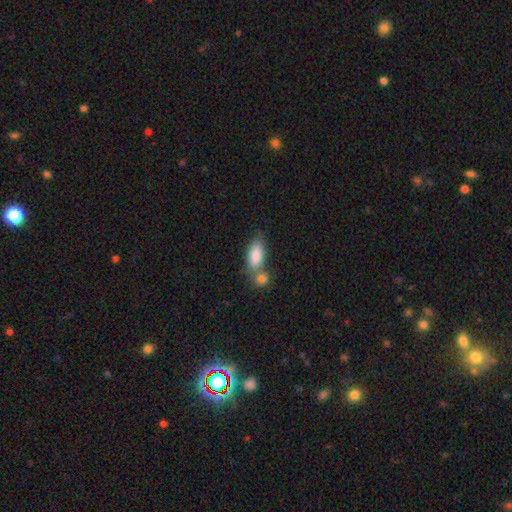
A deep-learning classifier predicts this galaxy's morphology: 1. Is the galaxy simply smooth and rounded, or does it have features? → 85% smooth, 8% featured or disk, 6% star or artifact.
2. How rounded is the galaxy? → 87% in between, 9% cigar-shaped, 4% round.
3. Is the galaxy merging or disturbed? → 44% merger, 39% none, 12% minor disturbance, 5% major disturbance.